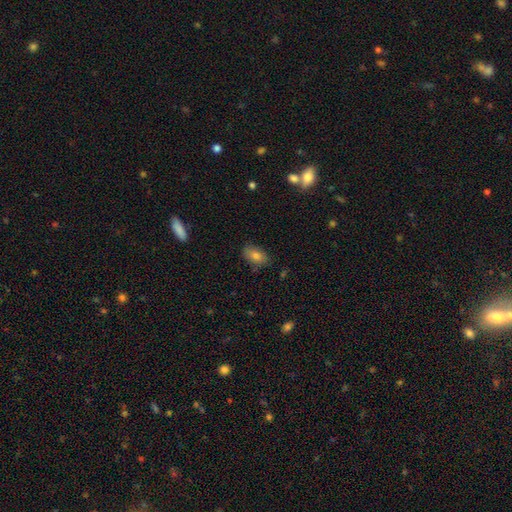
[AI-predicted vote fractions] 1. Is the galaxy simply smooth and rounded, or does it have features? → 77% smooth, 14% featured or disk, 10% star or artifact.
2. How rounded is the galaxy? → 87% in between, 11% round, 2% cigar-shaped.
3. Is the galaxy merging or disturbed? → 80% none, 15% minor disturbance, 3% major disturbance, 2% merger.